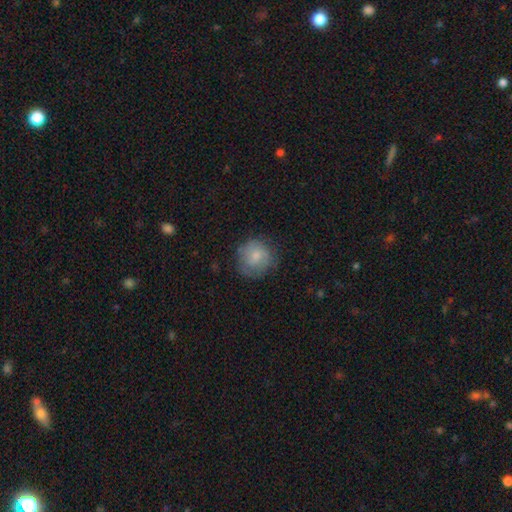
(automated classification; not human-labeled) Q: Smooth or featured?
A: smooth (72%); runner-up: featured or disk (21%)
Q: How rounded?
A: round (90%); runner-up: in between (9%)
Q: Merging?
A: none (71%); runner-up: minor disturbance (21%)